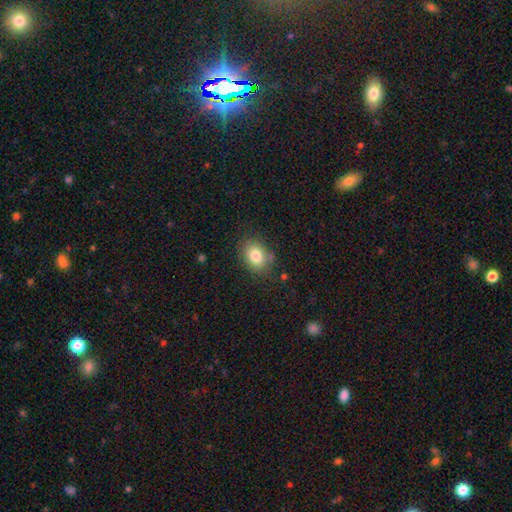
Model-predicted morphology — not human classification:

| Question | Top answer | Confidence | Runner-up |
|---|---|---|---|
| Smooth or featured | smooth | 81% | featured or disk (9%) |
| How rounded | in between | 65% | round (34%) |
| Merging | none | 79% | minor disturbance (15%) |